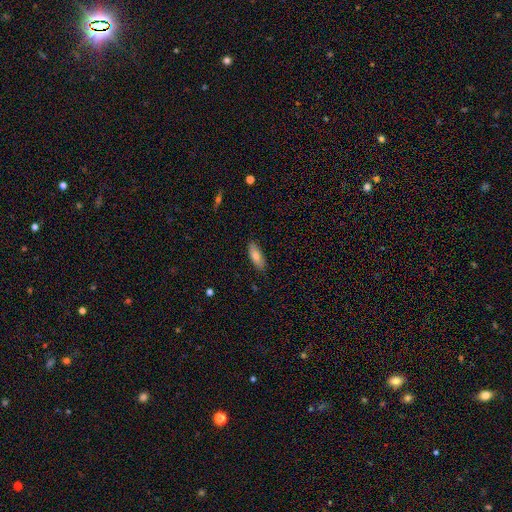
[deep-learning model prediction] Smooth or featured: smooth — 76% (featured or disk — 17%)
How rounded: in between — 69% (cigar-shaped — 29%)
Merging: none — 86% (minor disturbance — 11%)